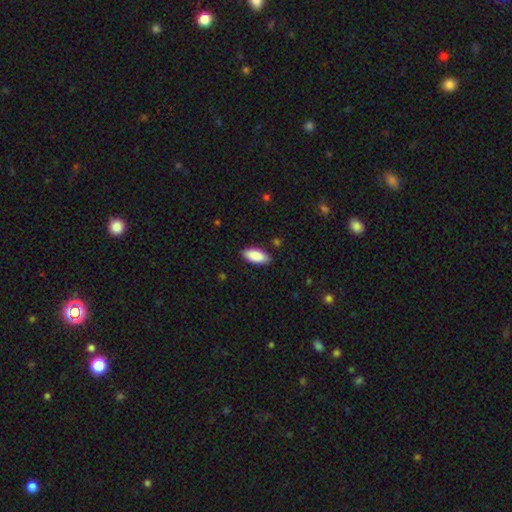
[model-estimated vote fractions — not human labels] A smooth galaxy with no disk features (89%) that is in between round and cigar-shaped (90%). Merging: none (87%).